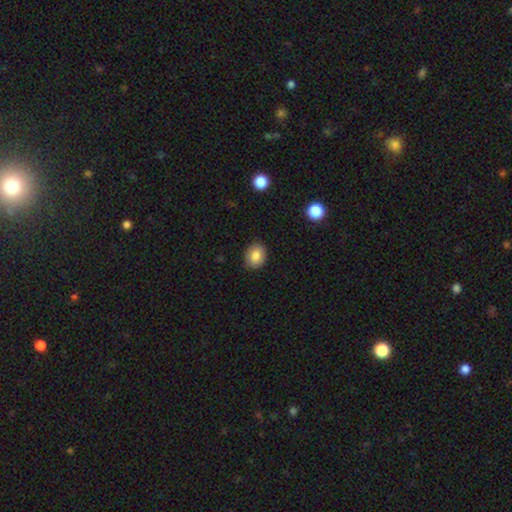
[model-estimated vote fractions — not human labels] smooth 84%, star or artifact 9%, featured or disk 7%. Down the decision tree: how rounded — in between (53%); merging — none (86%).